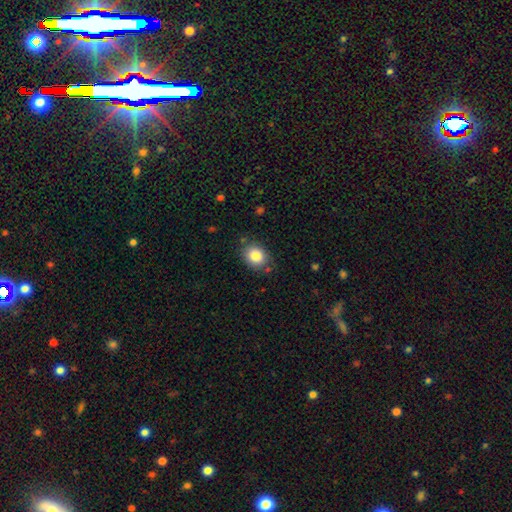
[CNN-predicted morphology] Q: Smooth or featured?
A: smooth (84%); runner-up: star or artifact (9%)
Q: How rounded?
A: round (53%); runner-up: in between (46%)
Q: Merging?
A: none (79%); runner-up: minor disturbance (15%)